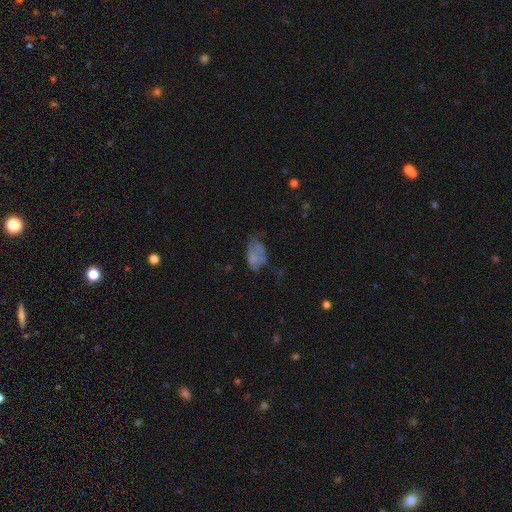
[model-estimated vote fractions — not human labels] Q: Smooth or featured?
A: smooth (52%); runner-up: featured or disk (34%)
Q: How rounded?
A: in between (89%); runner-up: round (8%)
Q: Merging?
A: none (35%); runner-up: major disturbance (29%)